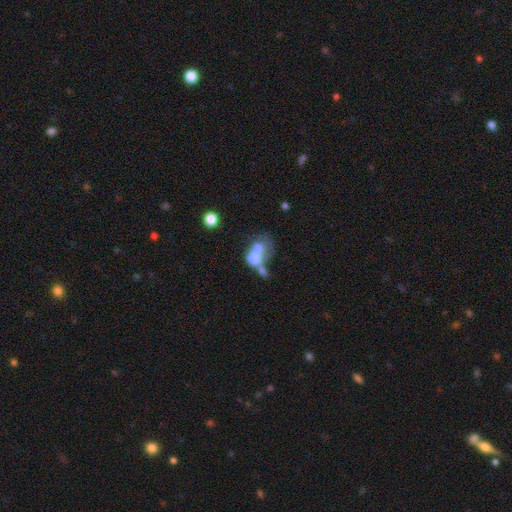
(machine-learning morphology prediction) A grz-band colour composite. It shows a smooth galaxy with no disk features (57%) that is in between round and cigar-shaped (69%). Merging: merger (63%).